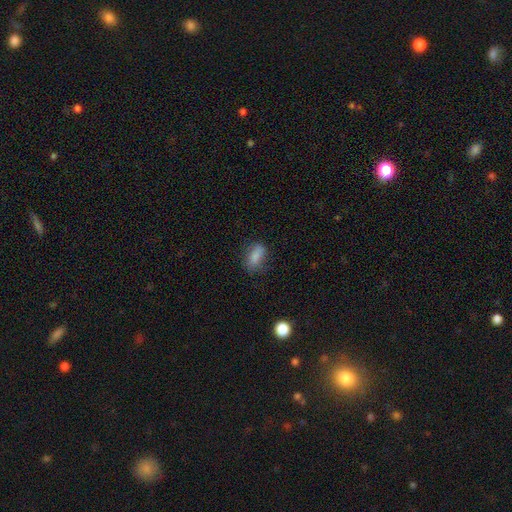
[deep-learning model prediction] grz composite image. It shows a smooth galaxy with no disk features (82%) that is in between round and cigar-shaped (84%). Merging: none (69%).